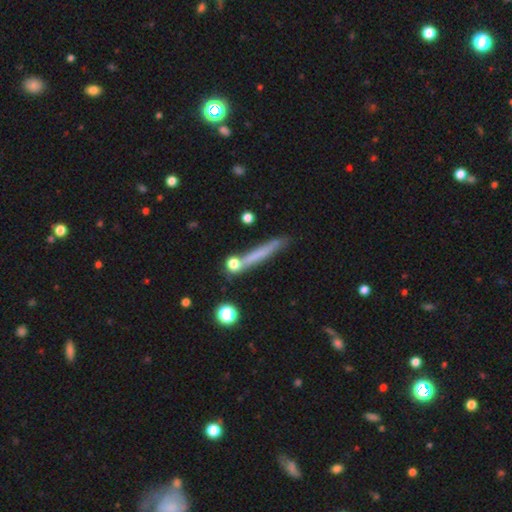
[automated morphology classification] smooth 57%, featured or disk 32%, star or artifact 10%. Down the decision tree: how rounded — cigar-shaped (93%); merging — none (77%).